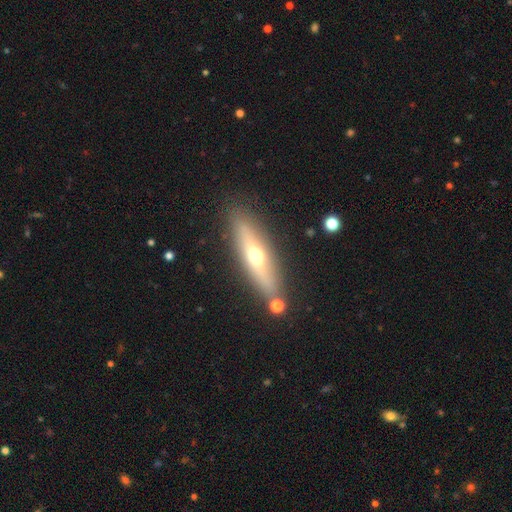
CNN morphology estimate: This appears to be a featured or disk galaxy (48%). Merging: none (83%).